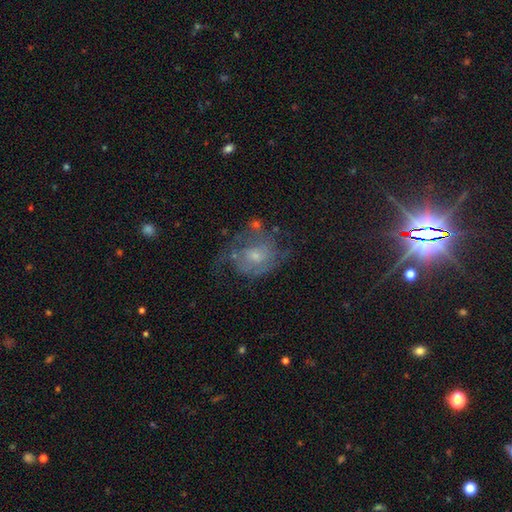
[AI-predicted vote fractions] Smooth or featured?
  - featured or disk: 67% *
  - smooth: 23%
  - star or artifact: 10%
Edge-on disk?
  - no: 98% *
  - yes: 2%
Bar?
  - no: 66% *
  - weak: 30%
  - strong: 4%
Spiral arms?
  - yes: 77% *
  - no: 23%
Spiral winding?
  - medium: 44% *
  - tight: 33%
  - loose: 24%
Spiral arm count?
  - 2: 40% *
  - can't tell: 33%
  - 1: 10%
  - 3: 9%
  - 4: 4%
  - more than 4: 3%
Bulge size?
  - small: 56% *
  - moderate: 35%
  - none: 5%
  - large: 3%
  - dominant: 1%
Merging?
  - none: 45% *
  - major disturbance: 28%
  - minor disturbance: 23%
  - merger: 5%